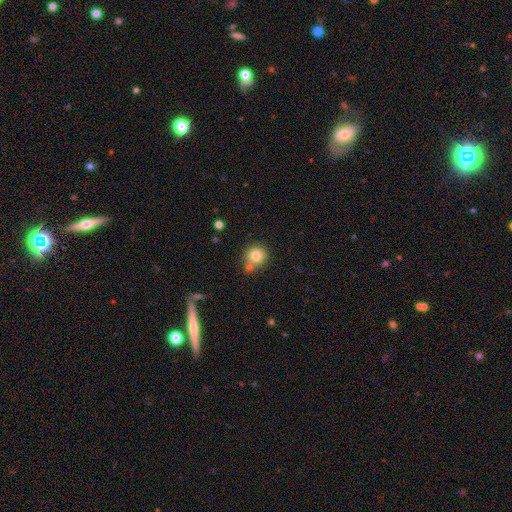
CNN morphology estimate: smooth 80%, star or artifact 11%, featured or disk 9%. Down the decision tree: how rounded — round (91%); merging — none (66%).